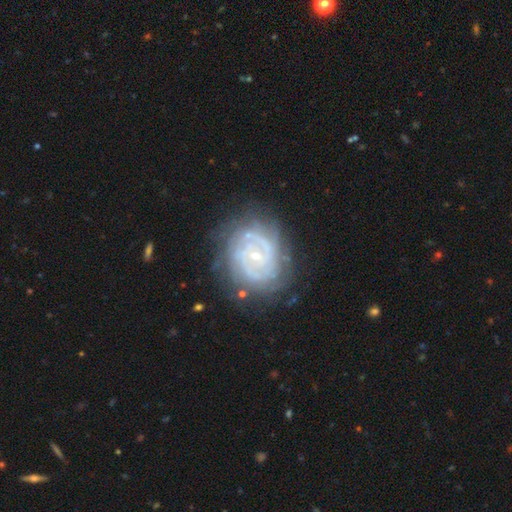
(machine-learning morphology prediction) smooth_or_featured: featured or disk (p=0.85) [alt: smooth p=0.09]
disk_edge_on: no (p=0.97) [alt: yes p=0.03]
bar: no (p=0.66) [alt: weak p=0.26]
has_spiral_arms: yes (p=0.93) [alt: no p=0.07]
spiral_winding: tight (p=0.74) [alt: medium p=0.21]
spiral_arm_count: can't tell (p=0.32) [alt: 2 p=0.30]
bulge_size: small (p=0.77) [alt: moderate p=0.20]
merging: none (p=0.73) [alt: minor disturbance p=0.18]